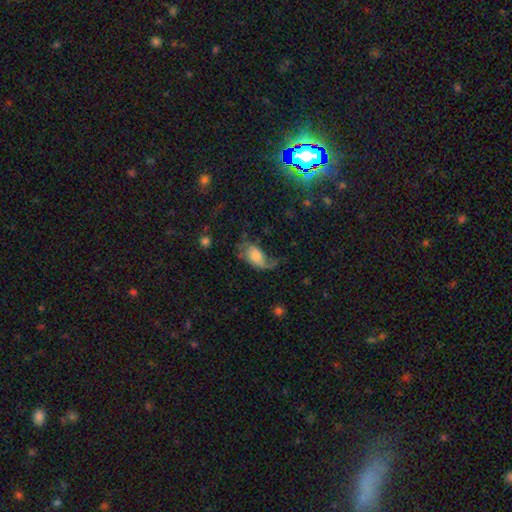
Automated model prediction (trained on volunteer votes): A smooth galaxy with no disk features (55%) that is in between round and cigar-shaped (92%).

Vote fractions:
- Smooth or featured? smooth: 55% / featured or disk: 36% / star or artifact: 9%
- How rounded? in between: 92% / round: 5% / cigar-shaped: 4%
- Merging? major disturbance: 37% / none: 31% / minor disturbance: 28% / merger: 4%